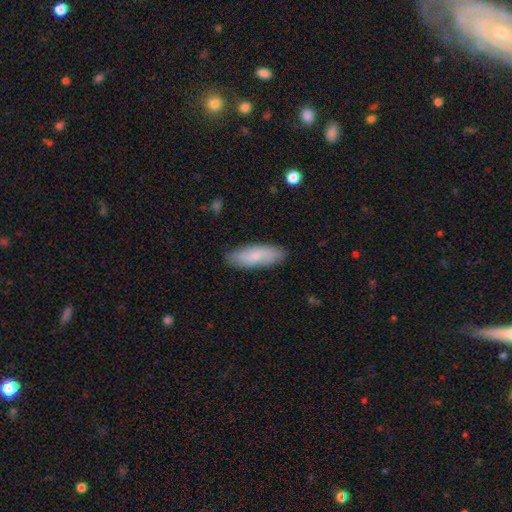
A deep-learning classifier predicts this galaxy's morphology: Smooth or featured? smooth (76%)
How rounded? in between (56%)
Merging? none (85%)